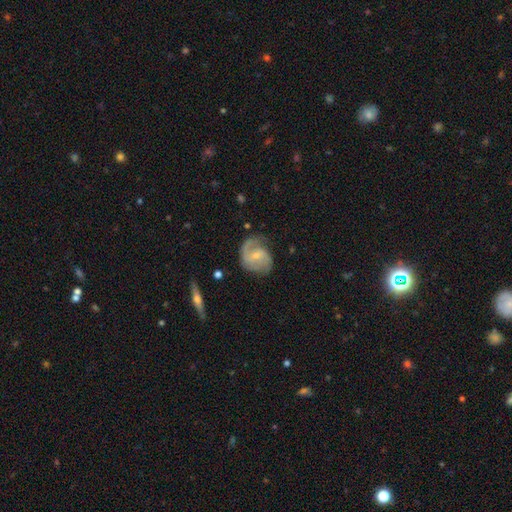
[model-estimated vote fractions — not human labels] A featured or disk galaxy (78%) with a weak bar (48%), 2 (68%) medium (48%) spiral arms (94%) and a small central bulge (65%). Merging: none (61%).